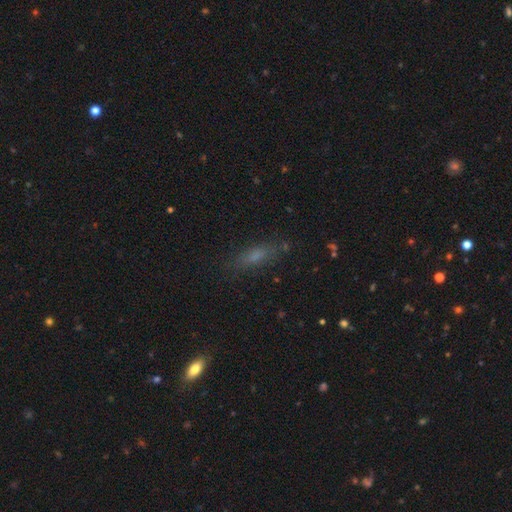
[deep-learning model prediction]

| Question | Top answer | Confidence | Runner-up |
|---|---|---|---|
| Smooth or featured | smooth | 61% | featured or disk (20%) |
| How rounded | cigar-shaped | 52% | in between (43%) |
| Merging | none | 79% | minor disturbance (14%) |